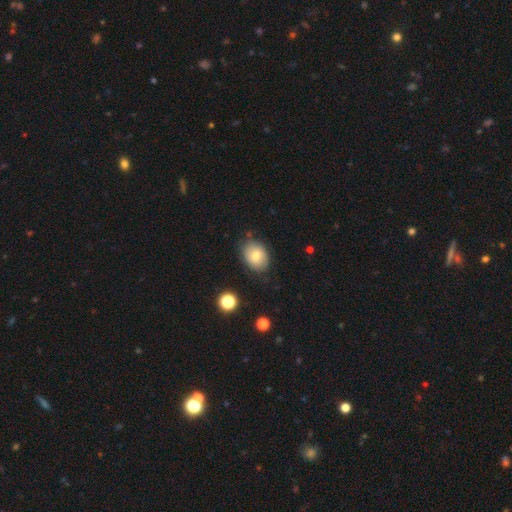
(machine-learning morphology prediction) Smooth or featured: smooth — 74% (featured or disk — 18%)
How rounded: in between — 67% (round — 32%)
Merging: none — 79% (minor disturbance — 16%)